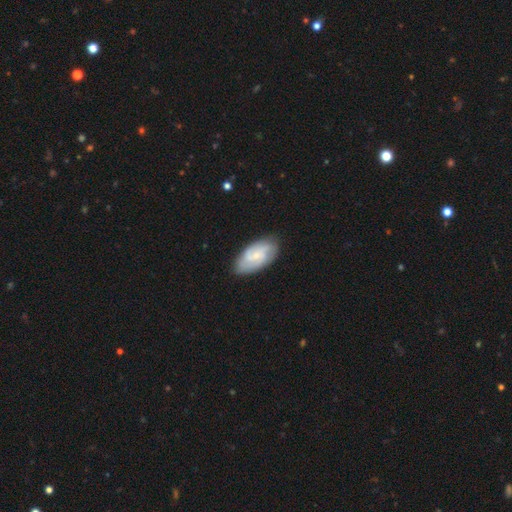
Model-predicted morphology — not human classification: A featured or disk galaxy (62%) with no bar (48%), 2 (49%) medium (42%) spiral arms (88%) and a small central bulge (68%).

Vote fractions:
- Smooth or featured? featured or disk: 62% / smooth: 32% / star or artifact: 6%
- Edge-on disk? no: 95% / yes: 5%
- Bar? no: 48% / weak: 43% / strong: 9%
- Spiral arms? yes: 88% / no: 12%
- Spiral winding? medium: 42% / tight: 39% / loose: 18%
- Spiral arm count? 2: 49% / can't tell: 28% / 3: 13% / 4: 4% / 1: 3% / more than 4: 3%
- Bulge size? small: 68% / moderate: 25% / none: 5% / large: 1% / dominant: 1%
- Merging? none: 79% / minor disturbance: 16% / major disturbance: 4% / merger: 1%